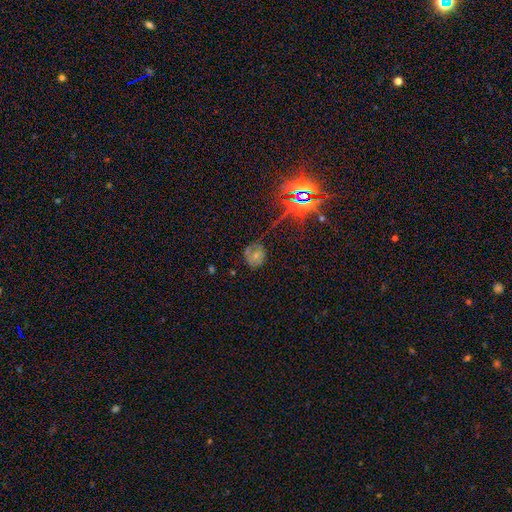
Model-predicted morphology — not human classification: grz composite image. It shows a smooth galaxy with no disk features (48%). Merging: none (57%).